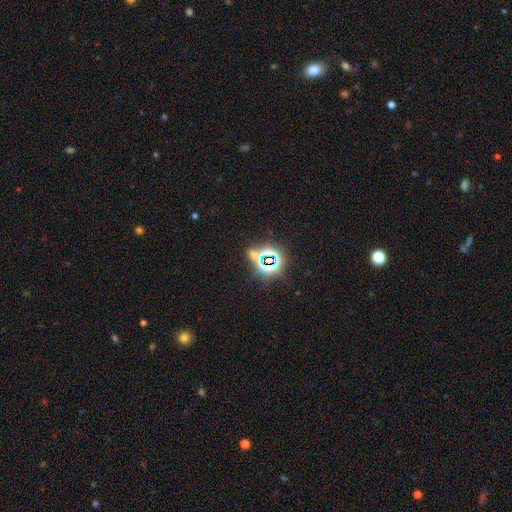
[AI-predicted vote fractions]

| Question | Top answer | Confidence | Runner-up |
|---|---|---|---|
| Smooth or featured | star or artifact | 74% | smooth (17%) |